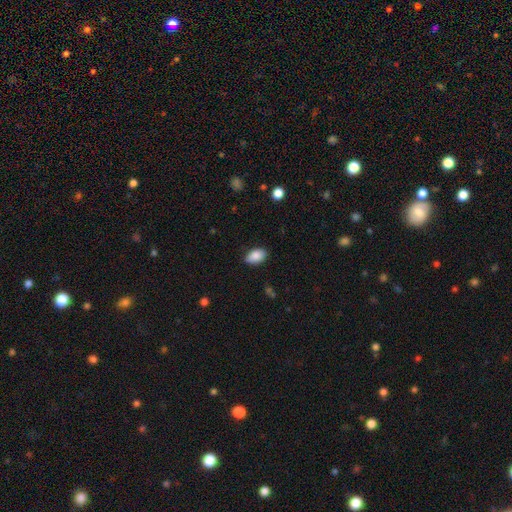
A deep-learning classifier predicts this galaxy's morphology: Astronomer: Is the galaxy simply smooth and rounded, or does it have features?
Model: smooth — 87%.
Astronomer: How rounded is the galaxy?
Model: in between — 92%.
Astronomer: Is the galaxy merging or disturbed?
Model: none — 85%.